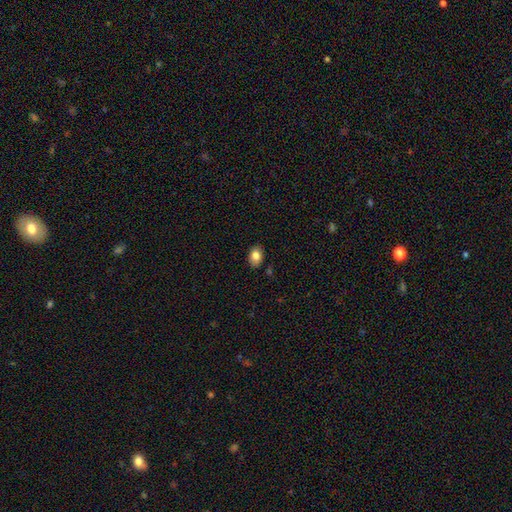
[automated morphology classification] Smooth or featured? smooth (82%)
How rounded? in between (74%)
Merging? none (85%)